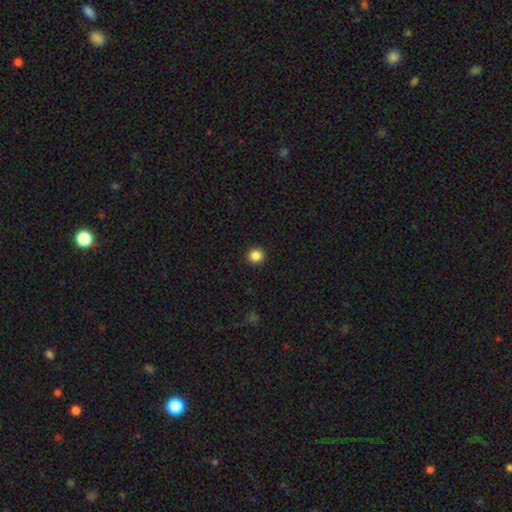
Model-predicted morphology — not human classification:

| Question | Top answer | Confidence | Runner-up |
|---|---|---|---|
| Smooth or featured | smooth | 86% | star or artifact (11%) |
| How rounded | round | 93% | in between (6%) |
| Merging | none | 93% | minor disturbance (4%) |